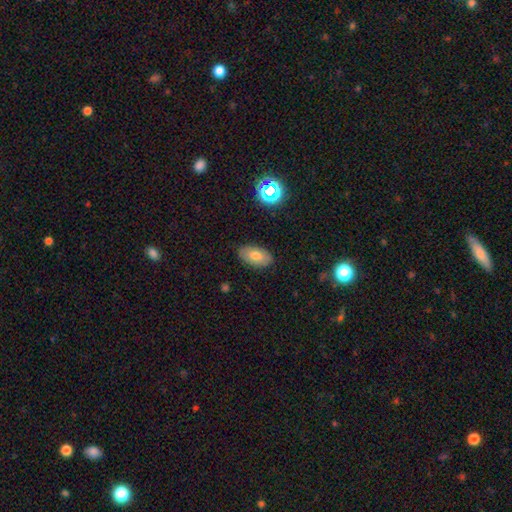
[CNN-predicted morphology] Q: Smooth or featured?
A: smooth (68%); runner-up: featured or disk (22%)
Q: How rounded?
A: in between (93%); runner-up: round (5%)
Q: Merging?
A: none (85%); runner-up: minor disturbance (11%)